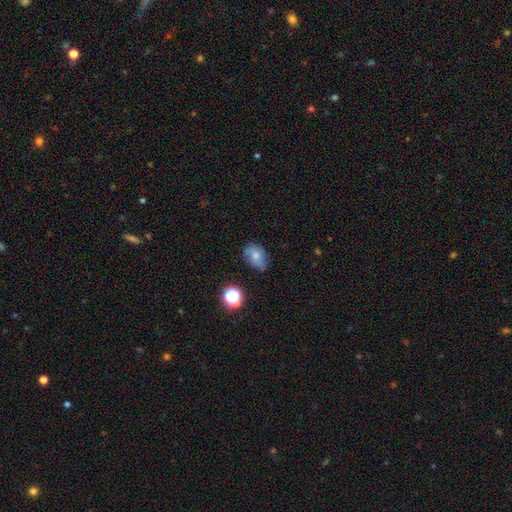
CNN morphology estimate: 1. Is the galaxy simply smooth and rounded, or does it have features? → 71% smooth, 16% featured or disk, 12% star or artifact.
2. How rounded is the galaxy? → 80% in between, 19% round, 2% cigar-shaped.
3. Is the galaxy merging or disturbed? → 64% none, 28% minor disturbance, 6% major disturbance, 3% merger.